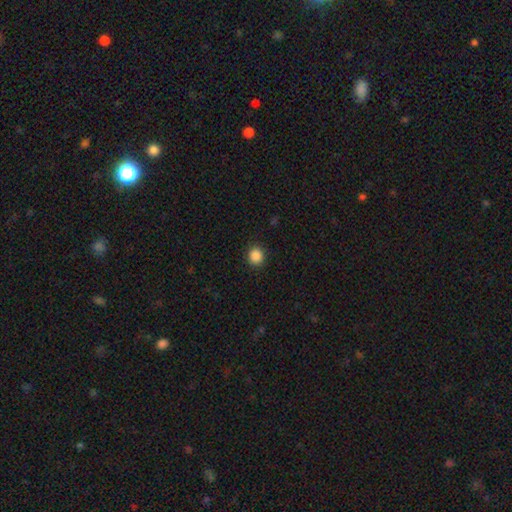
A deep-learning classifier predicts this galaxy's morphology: smooth_or_featured: smooth (p=0.88) [alt: star or artifact p=0.10]
how_rounded: round (p=0.87) [alt: in between p=0.12]
merging: none (p=0.91) [alt: minor disturbance p=0.06]